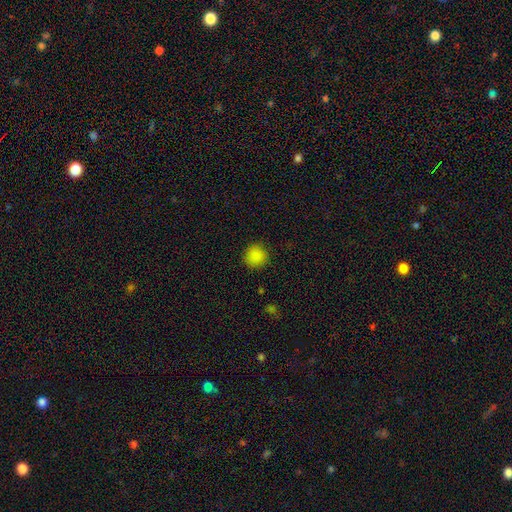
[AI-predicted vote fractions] This is clearly a smooth galaxy (86%). How rounded: clearly round (93%). Merging: clearly none (90%).